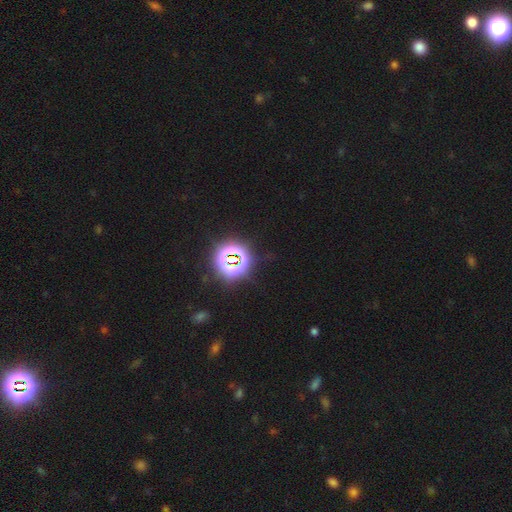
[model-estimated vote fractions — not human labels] This is clearly a star or artifact rather than a galaxy (83%).